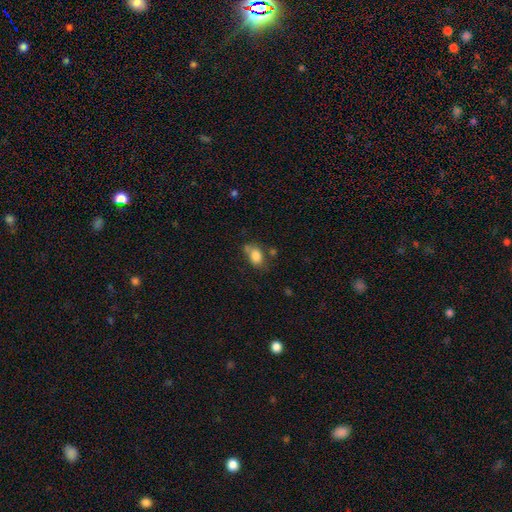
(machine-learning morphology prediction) Smooth or featured? smooth (82%)
How rounded? in between (80%)
Merging? none (53%)